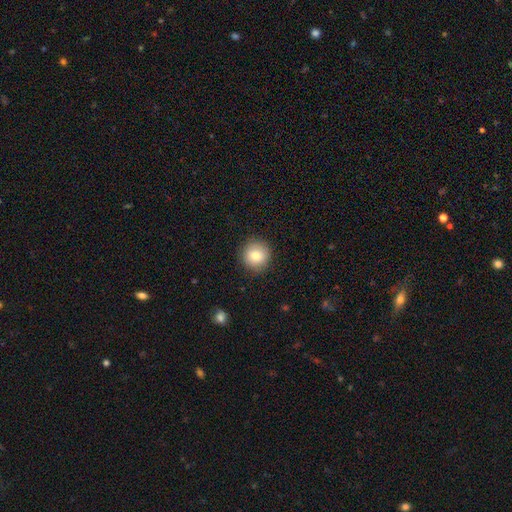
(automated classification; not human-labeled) Smooth or featured? smooth (79%)
How rounded? round (94%)
Merging? none (89%)